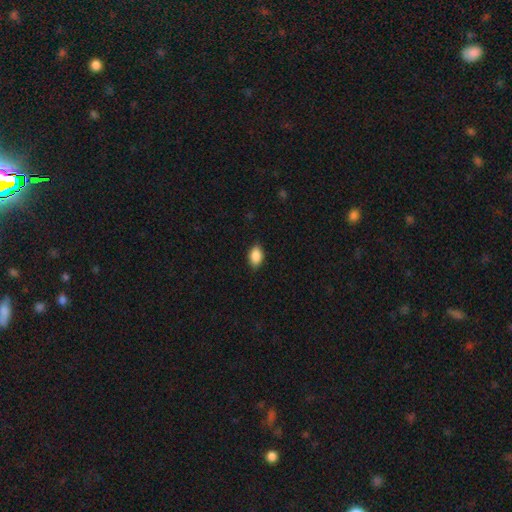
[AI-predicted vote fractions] Smooth or featured?
  - smooth: 88% *
  - star or artifact: 7%
  - featured or disk: 4%
How rounded?
  - in between: 87% *
  - round: 11%
  - cigar-shaped: 2%
Merging?
  - none: 84% *
  - minor disturbance: 13%
  - major disturbance: 2%
  - merger: 1%